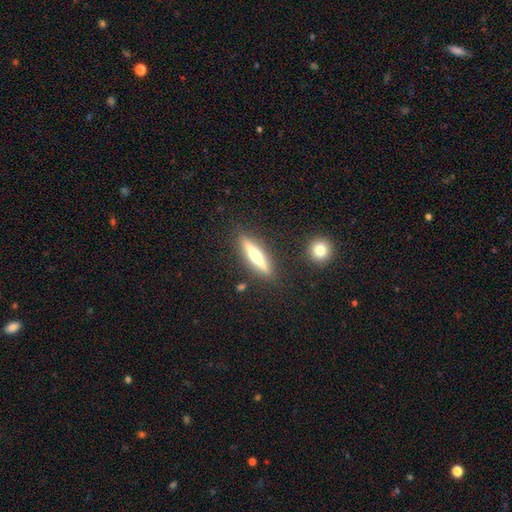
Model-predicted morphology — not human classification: smooth-or-featured: featured or disk: 66% | smooth: 28% | star or artifact: 6%
  disk-edge-on: yes: 96% | no: 4%
    edge-on-bulge: rounded: 88% | none: 7% | boxy: 5%
  merging: none: 88% | minor disturbance: 7% | merger: 2% | major disturbance: 2%